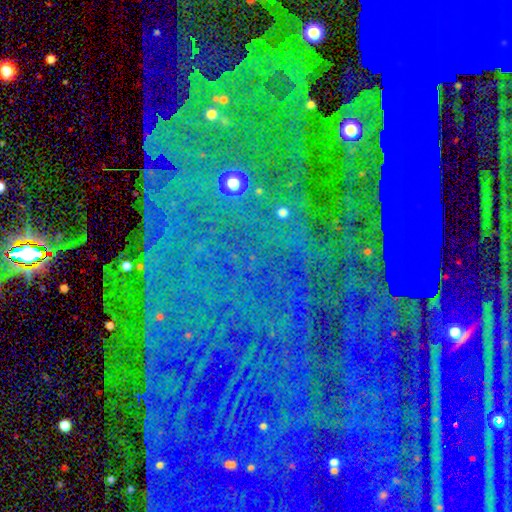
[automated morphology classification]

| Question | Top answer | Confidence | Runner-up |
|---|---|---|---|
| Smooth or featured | star or artifact | 83% | featured or disk (9%) |